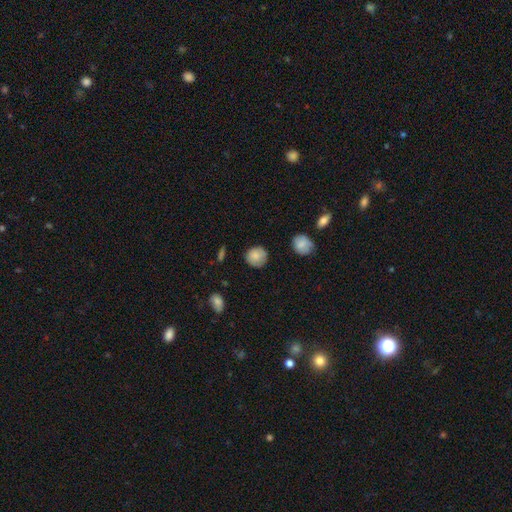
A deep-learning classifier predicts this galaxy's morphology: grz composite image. It shows a smooth galaxy with no disk features (83%) that is round (87%). Merging: none (78%).